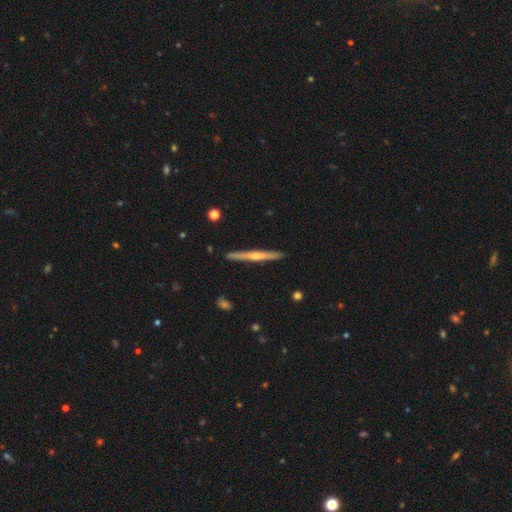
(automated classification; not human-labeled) featured or disk 72%, smooth 22%, star or artifact 6%. Down the decision tree: edge-on disk — yes (97%); edge-on bulge — rounded (79%); merging — none (89%).